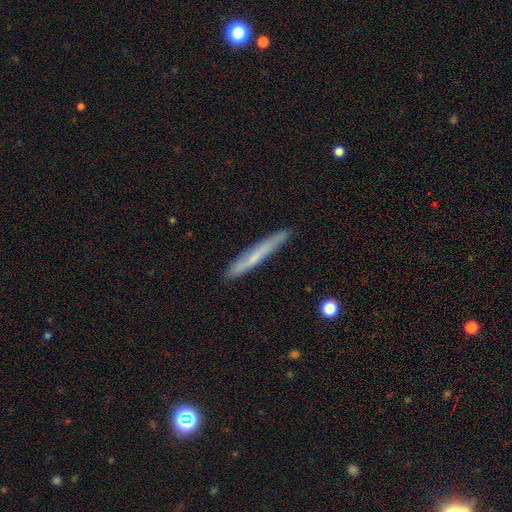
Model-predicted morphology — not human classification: type=smooth (55%); roundness=cigar-shaped (96%); merging=none (87%).